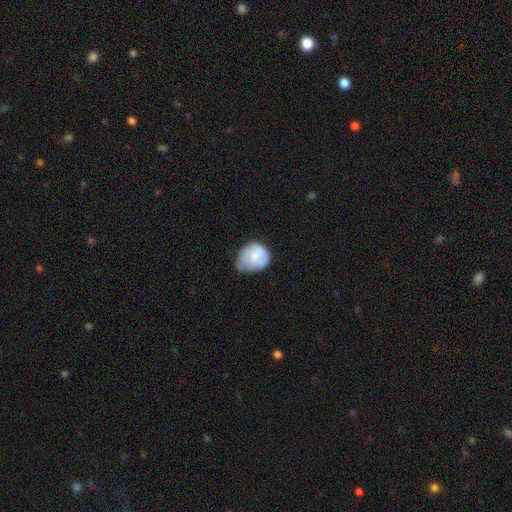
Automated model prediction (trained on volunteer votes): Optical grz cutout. It shows a smooth galaxy with no disk features (61%) that is round (57%). Merging: minor disturbance (46%).